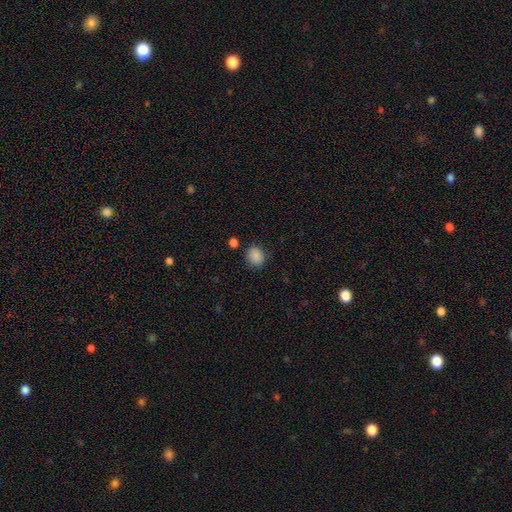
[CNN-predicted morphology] smooth 87%, star or artifact 9%, featured or disk 4%. Down the decision tree: how rounded — round (64%); merging — none (79%).